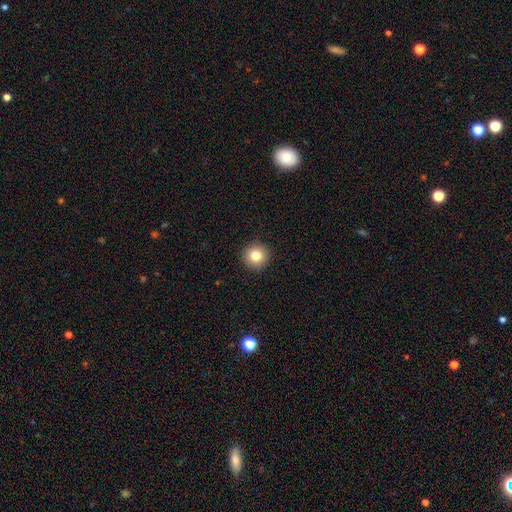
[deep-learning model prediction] Morphology: type=smooth (82%); roundness=round (95%); merging=none (92%).